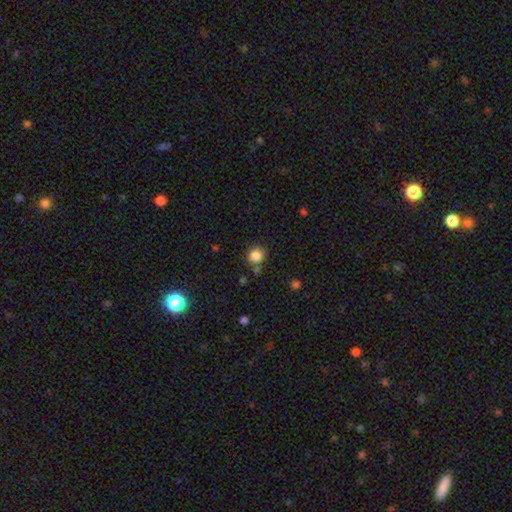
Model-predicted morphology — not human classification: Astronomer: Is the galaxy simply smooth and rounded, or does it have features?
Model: smooth — 84%.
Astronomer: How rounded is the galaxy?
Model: round — 88%.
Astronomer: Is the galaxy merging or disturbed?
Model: none — 77%.